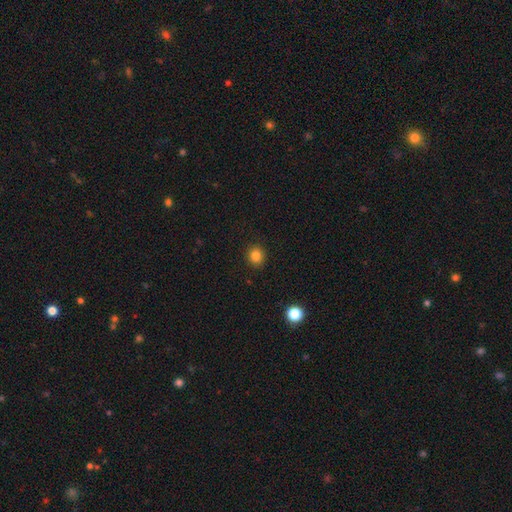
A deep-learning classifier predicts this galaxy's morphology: Overall: smooth (83%). How rounded: round (86%). Merging: none (91%).